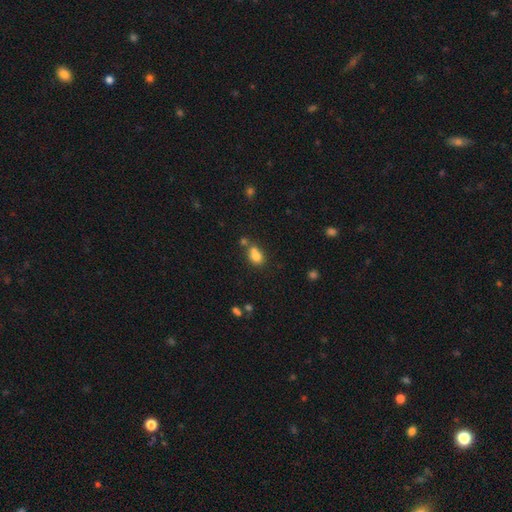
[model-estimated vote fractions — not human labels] Morphology: type=smooth (78%); roundness=in between (59%); merging=none (42%).